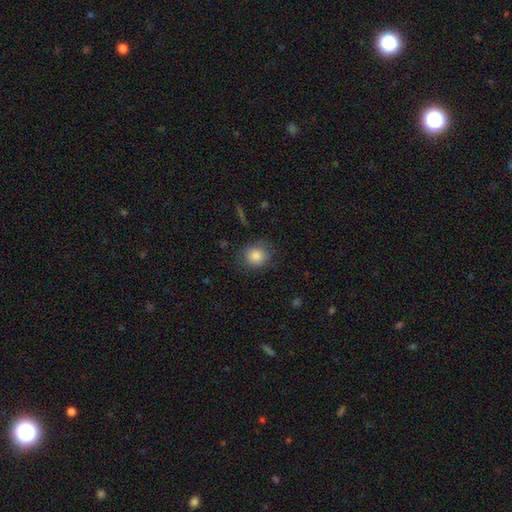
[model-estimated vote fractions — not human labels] smooth 84%, star or artifact 9%, featured or disk 7%. Down the decision tree: how rounded — round (77%); merging — none (76%).